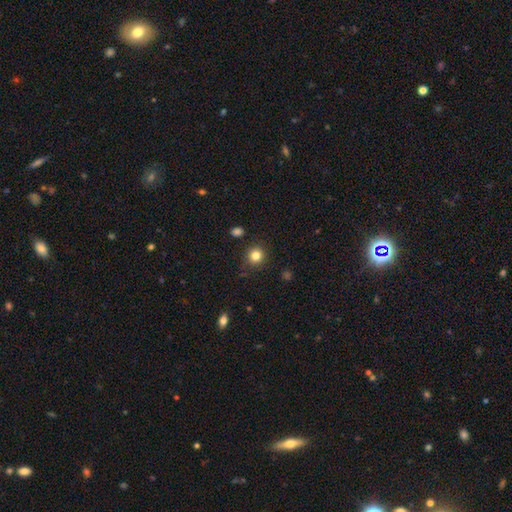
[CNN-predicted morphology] Q: Smooth or featured?
A: smooth (83%); runner-up: star or artifact (12%)
Q: How rounded?
A: round (89%); runner-up: in between (10%)
Q: Merging?
A: none (86%); runner-up: minor disturbance (9%)